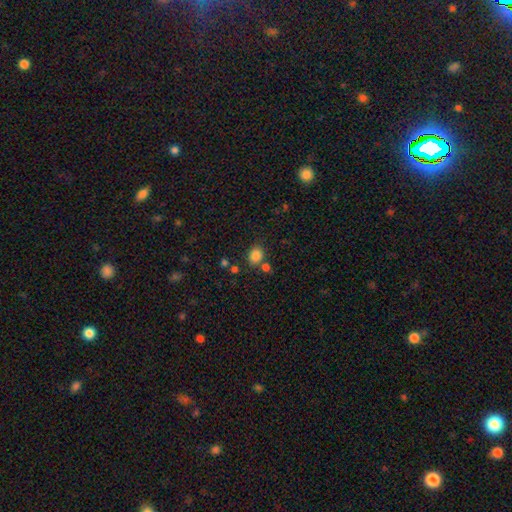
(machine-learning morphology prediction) type=smooth (84%); roundness=round (50%); merging=none (71%).